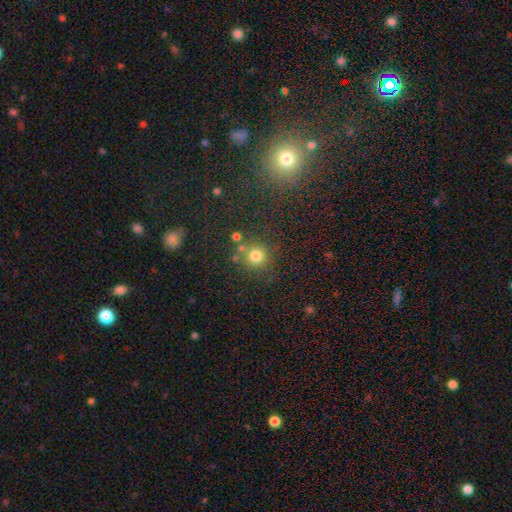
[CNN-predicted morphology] smooth-or-featured: smooth: 74% | star or artifact: 19% | featured or disk: 7%
  how-rounded: round: 92% | in between: 7% | cigar-shaped: 1%
  merging: none: 74% | merger: 11% | minor disturbance: 10% | major disturbance: 5%